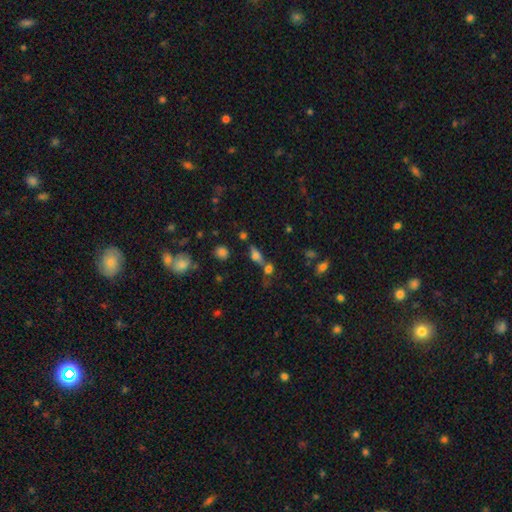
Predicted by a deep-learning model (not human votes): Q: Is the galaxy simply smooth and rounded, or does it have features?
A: smooth — 52%.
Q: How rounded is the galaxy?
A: in between — 51%.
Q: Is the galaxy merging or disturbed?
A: none — 50%.